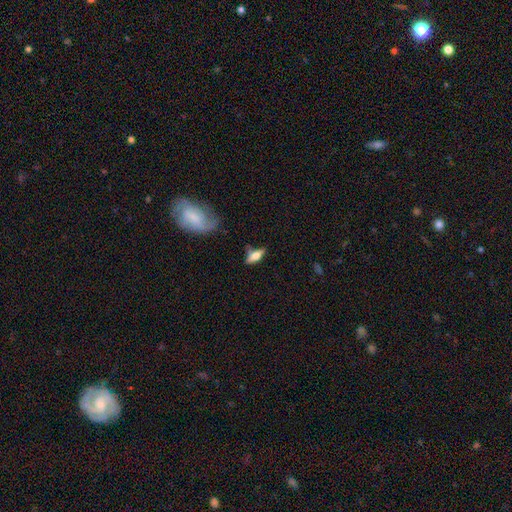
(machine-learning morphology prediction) Overall: smooth (48%; featured or disk 45%). Merging: none (58%; minor disturbance 23%).